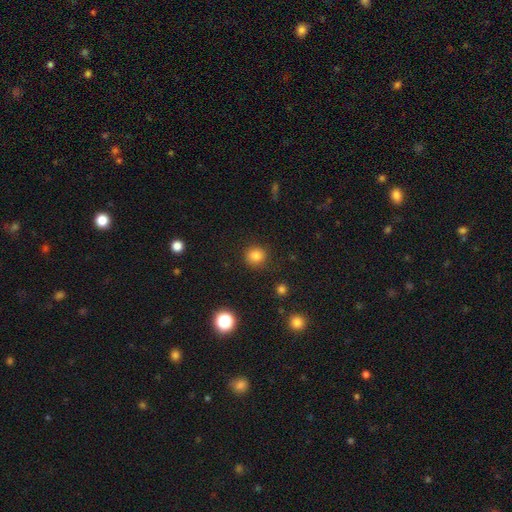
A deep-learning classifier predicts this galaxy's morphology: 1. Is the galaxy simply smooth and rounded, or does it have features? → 83% smooth, 13% star or artifact, 5% featured or disk.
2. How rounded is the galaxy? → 88% round, 11% in between, 1% cigar-shaped.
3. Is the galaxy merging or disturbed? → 88% none, 7% minor disturbance, 3% major disturbance, 1% merger.